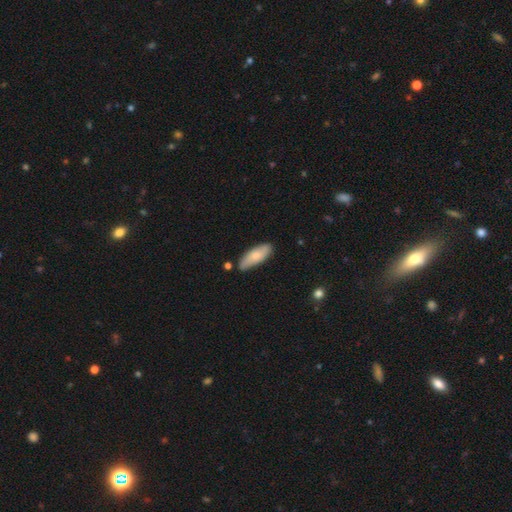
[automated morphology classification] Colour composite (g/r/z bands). It shows a smooth galaxy with no disk features (73%) that is in between round and cigar-shaped (68%). Merging: none (78%).